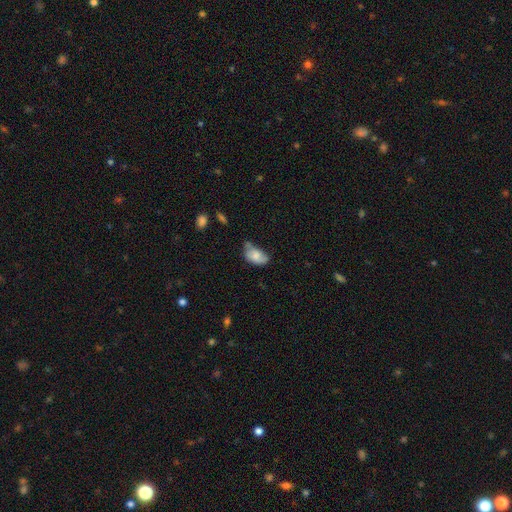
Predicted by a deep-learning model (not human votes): Smooth or featured?
  - smooth: 71% *
  - featured or disk: 21%
  - star or artifact: 8%
How rounded?
  - in between: 91% *
  - round: 7%
  - cigar-shaped: 2%
Merging?
  - minor disturbance: 43% *
  - none: 32%
  - major disturbance: 16%
  - merger: 9%